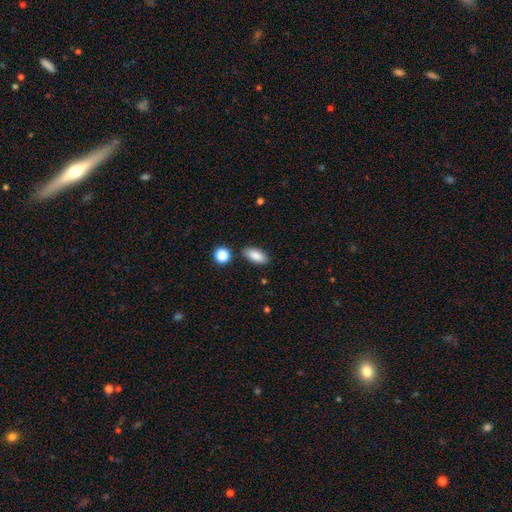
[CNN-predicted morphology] Smooth or featured? Predicted: smooth (p=0.87). How rounded? Predicted: in between (p=0.86). Merging? Predicted: none (p=0.86).